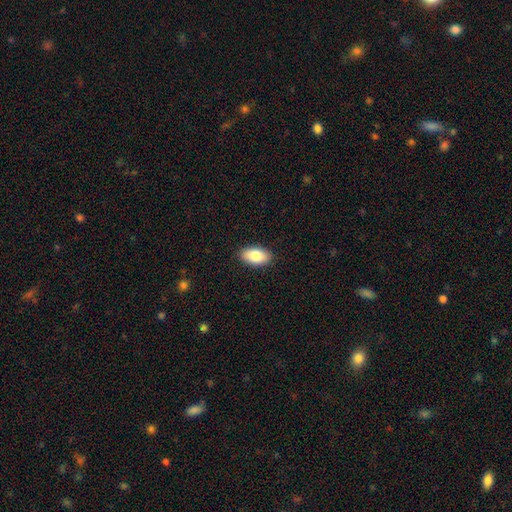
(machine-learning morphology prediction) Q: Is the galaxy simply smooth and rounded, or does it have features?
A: smooth — 84%.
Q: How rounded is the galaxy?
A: in between — 93%.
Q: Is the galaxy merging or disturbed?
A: none — 89%.